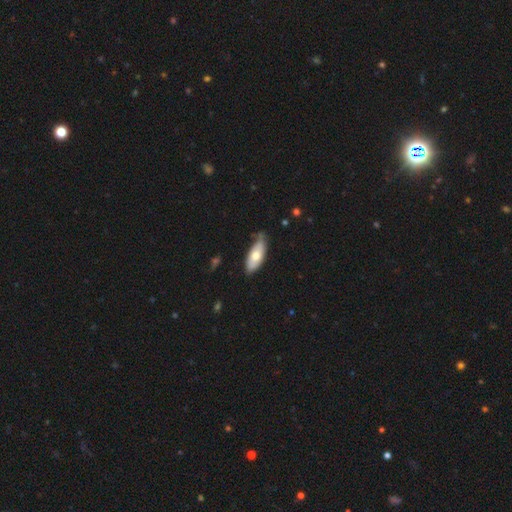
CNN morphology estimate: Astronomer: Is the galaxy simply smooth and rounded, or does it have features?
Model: smooth — 67%.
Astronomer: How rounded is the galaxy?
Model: in between — 80%.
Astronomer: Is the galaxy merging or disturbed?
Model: none — 63%.